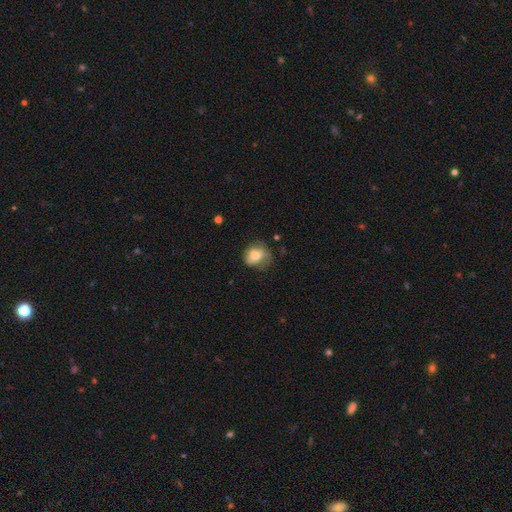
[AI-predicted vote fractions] Smooth or featured: smooth — 67% (featured or disk — 25%)
How rounded: round — 64% (in between — 35%)
Merging: none — 54% (minor disturbance — 30%)